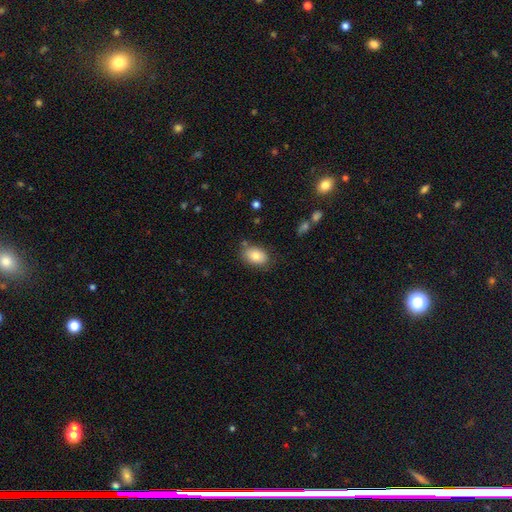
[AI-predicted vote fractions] This is clearly a smooth galaxy (82%). How rounded: clearly in between (87%). Merging: likely none (78%).